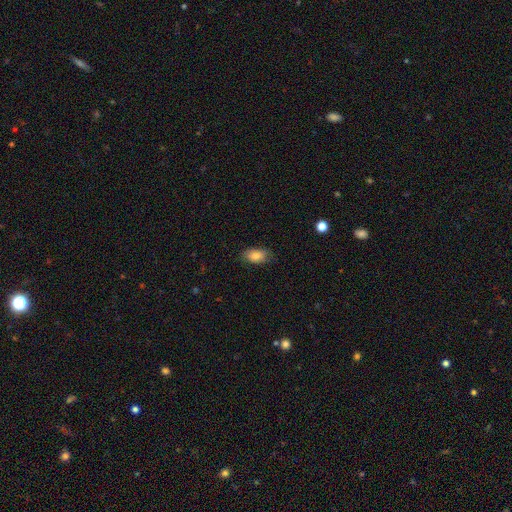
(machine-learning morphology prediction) A smooth galaxy with no disk features (81%) that is in between round and cigar-shaped (91%). Merging: none (79%).